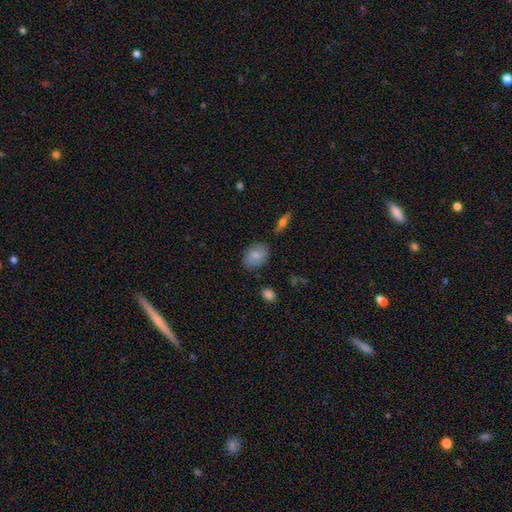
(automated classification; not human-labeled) Q: Smooth or featured?
A: smooth (77%); runner-up: featured or disk (15%)
Q: How rounded?
A: in between (76%); runner-up: round (23%)
Q: Merging?
A: none (79%); runner-up: minor disturbance (15%)